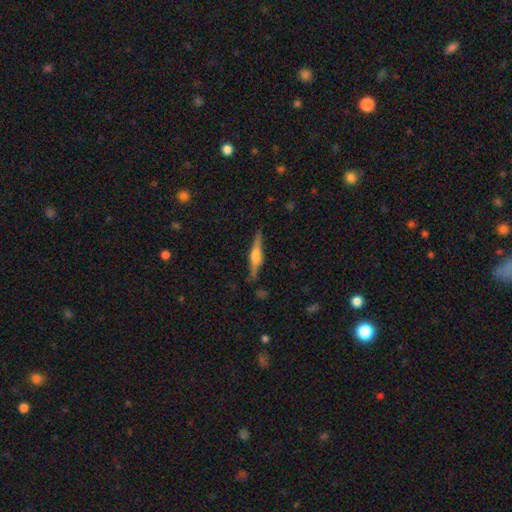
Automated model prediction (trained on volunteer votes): This is likely a featured or disk galaxy (67%). It is clearly viewed edge-on (97%). Edge-on bulge: clearly rounded (82%). Merging: clearly none (85%).